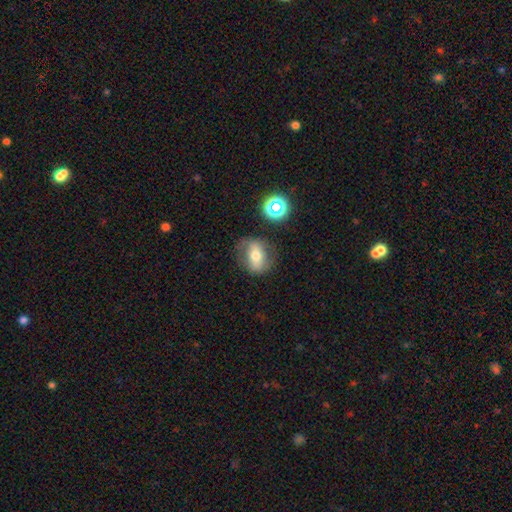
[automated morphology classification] smooth_or_featured: smooth (p=0.45) [alt: featured or disk p=0.44]
merging: none (p=0.68) [alt: minor disturbance p=0.19]